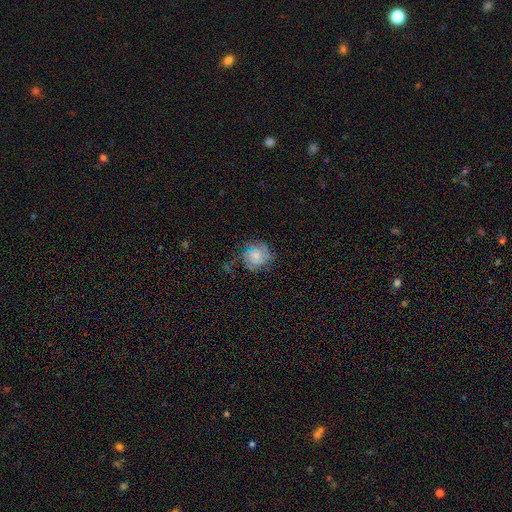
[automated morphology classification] Overall: featured or disk (58%; smooth 33%). Edge-on disk: no (98%). Bar: no (77%). Spiral arms: yes (88%). Bulge size: small (49%; moderate 29%). Merging: none (60%; minor disturbance 24%).